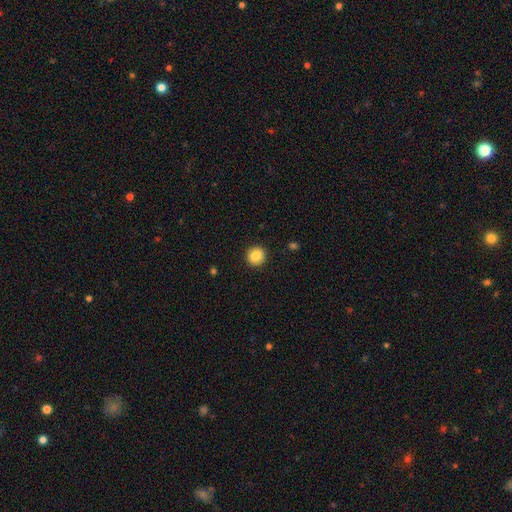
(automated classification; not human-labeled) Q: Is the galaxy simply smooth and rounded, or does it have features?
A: smooth — 86%.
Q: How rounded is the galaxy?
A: round — 91%.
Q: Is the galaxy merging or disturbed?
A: none — 92%.